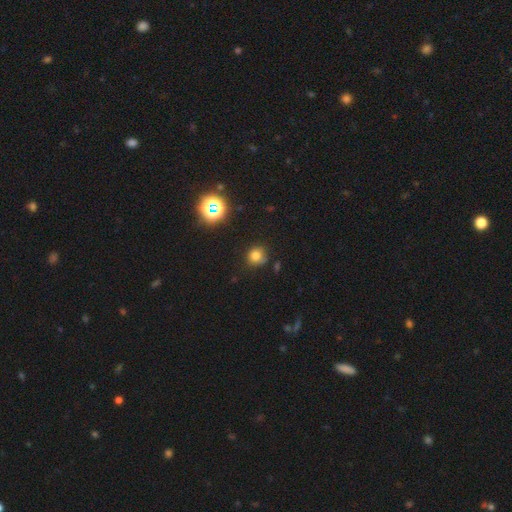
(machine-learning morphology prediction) smooth_or_featured: smooth (p=0.75) [alt: star or artifact p=0.18]
how_rounded: round (p=0.84) [alt: in between p=0.15]
merging: none (p=0.73) [alt: minor disturbance p=0.19]